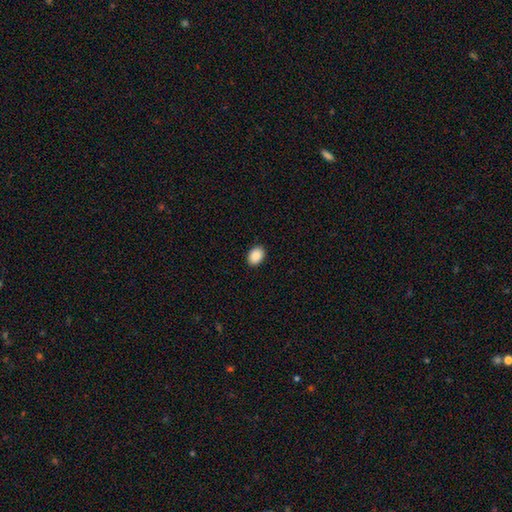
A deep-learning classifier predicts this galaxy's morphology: The model was most divided on "how rounded": in between: 76%, round: 23%, cigar-shaped: 1%. More confident: merging — none (91%); smooth or featured — smooth (90%).